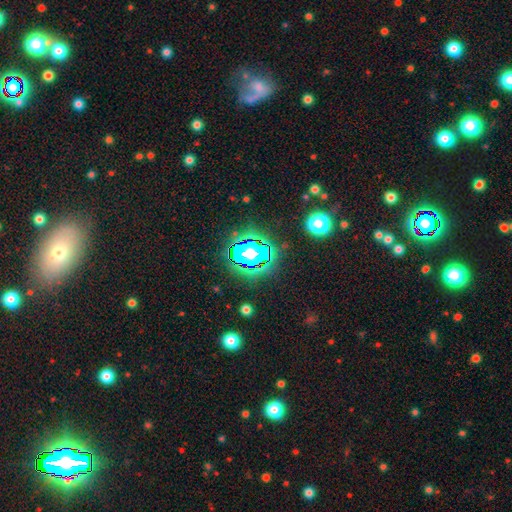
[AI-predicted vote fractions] Q: Smooth or featured?
A: star or artifact (68%); runner-up: smooth (20%)